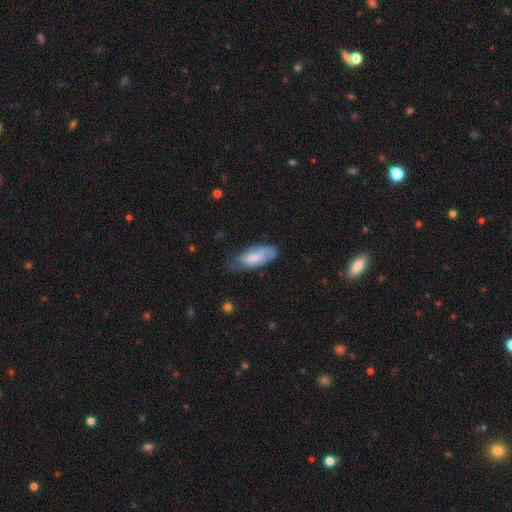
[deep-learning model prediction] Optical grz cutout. It shows a smooth galaxy with no disk features (64%) that is in between round and cigar-shaped (74%). Merging: none (52%).